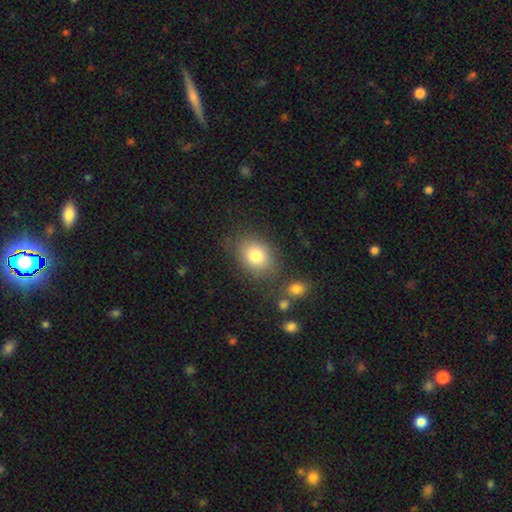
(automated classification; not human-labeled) This is likely a smooth galaxy (80%). How rounded: possibly in between (58%). Merging: likely none (77%).